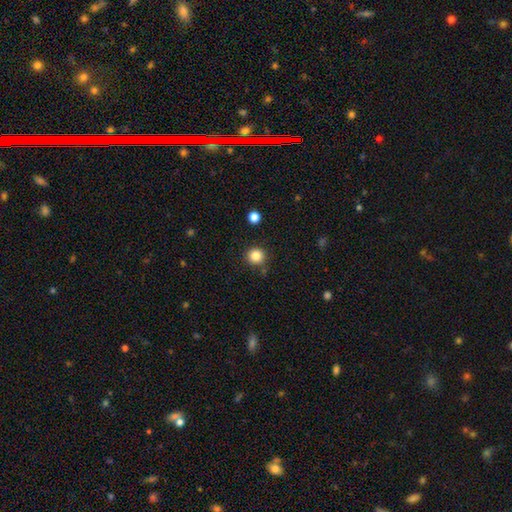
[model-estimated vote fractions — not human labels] This is clearly a smooth galaxy (84%). How rounded: clearly round (93%). Merging: clearly none (87%).